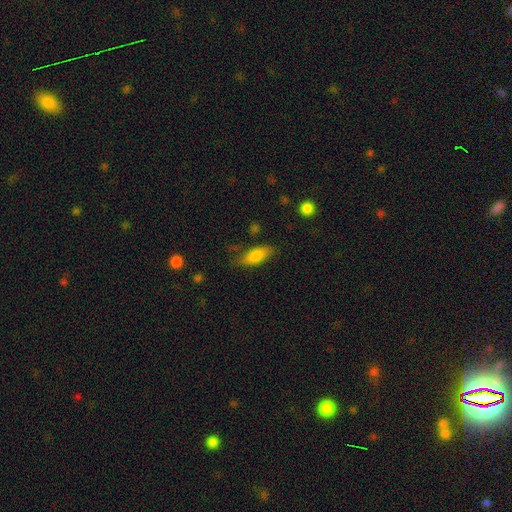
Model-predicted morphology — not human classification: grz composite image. It shows a smooth galaxy with no disk features (75%) that is in between round and cigar-shaped (73%). Merging: none (67%).